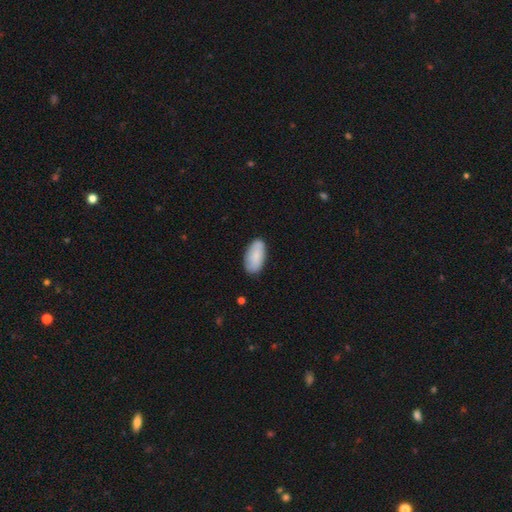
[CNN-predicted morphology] Smooth or featured: smooth — 80% (featured or disk — 14%)
How rounded: in between — 94% (cigar-shaped — 4%)
Merging: none — 82% (minor disturbance — 14%)